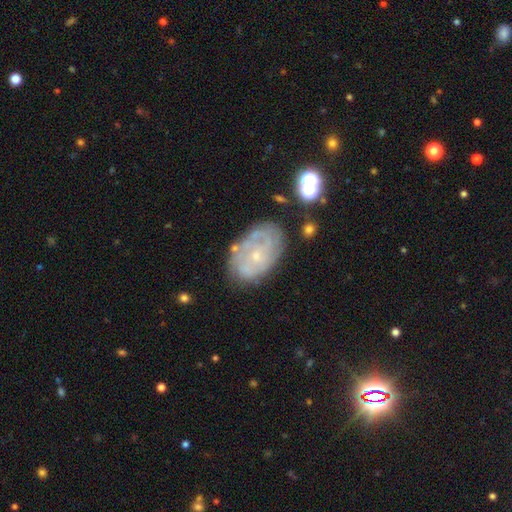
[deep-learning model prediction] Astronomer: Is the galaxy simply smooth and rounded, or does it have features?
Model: featured or disk — 70%.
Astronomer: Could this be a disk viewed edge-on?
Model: no — 96%.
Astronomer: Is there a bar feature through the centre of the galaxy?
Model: no — 83%.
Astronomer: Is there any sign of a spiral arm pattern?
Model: yes — 75%.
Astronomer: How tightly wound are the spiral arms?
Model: tight — 66%.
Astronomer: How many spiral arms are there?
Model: can't tell — 56%.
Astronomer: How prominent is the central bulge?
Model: small — 80%.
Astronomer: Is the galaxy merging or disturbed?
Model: none — 69%.